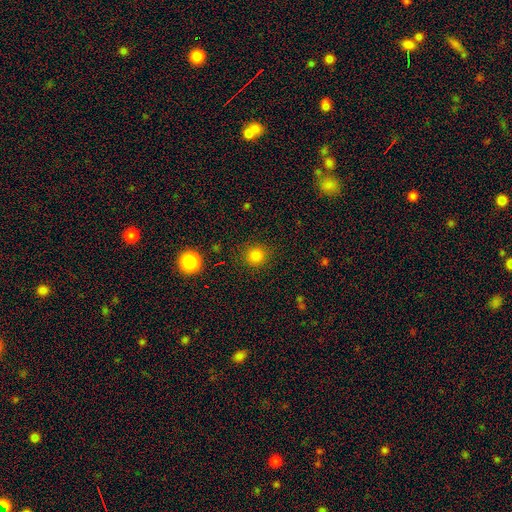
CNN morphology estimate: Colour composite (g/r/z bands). It shows a smooth galaxy with no disk features (82%) that is round (90%). Merging: none (89%).